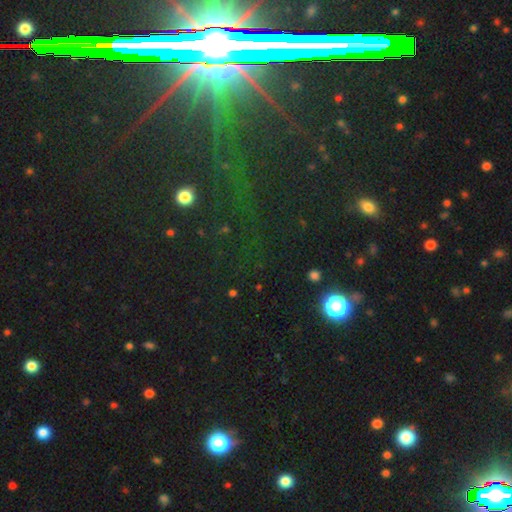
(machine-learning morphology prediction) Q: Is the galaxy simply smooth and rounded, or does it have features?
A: star or artifact — 78%.